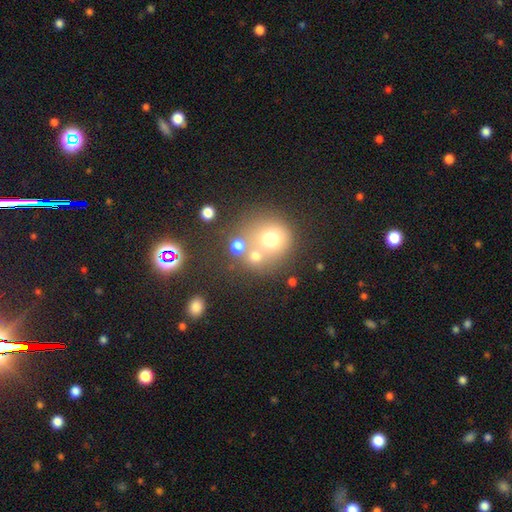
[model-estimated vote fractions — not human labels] smooth-or-featured: smooth: 65% | star or artifact: 19% | featured or disk: 15%
  how-rounded: round: 84% | in between: 15% | cigar-shaped: 1%
  merging: none: 50% | merger: 34% | minor disturbance: 10% | major disturbance: 6%